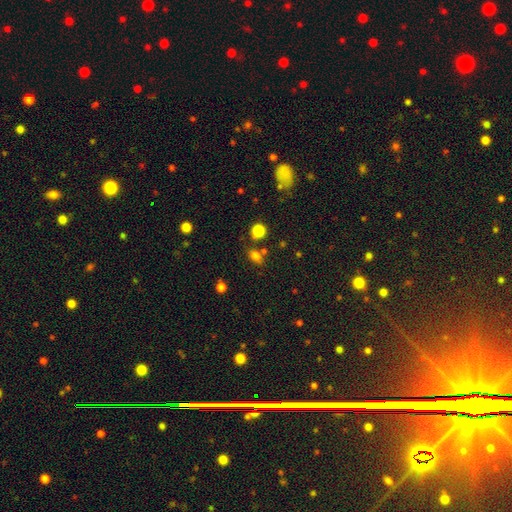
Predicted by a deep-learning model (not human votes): Smooth or featured? Predicted: smooth (p=0.75). How rounded? Predicted: in between (p=0.67). Merging? Predicted: none (p=0.69).